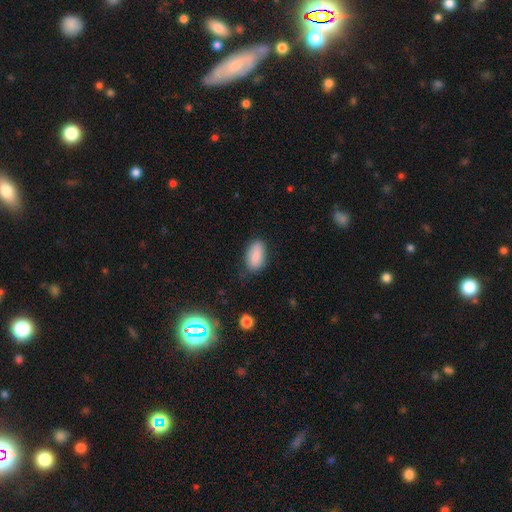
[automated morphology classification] Smooth or featured? smooth (82%)
How rounded? in between (92%)
Merging? none (72%)